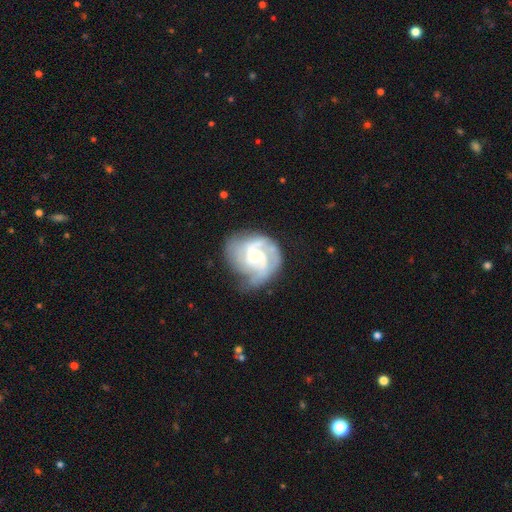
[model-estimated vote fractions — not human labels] Smooth or featured?
  - featured or disk: 86% *
  - smooth: 9%
  - star or artifact: 5%
Edge-on disk?
  - no: 98% *
  - yes: 2%
Bar?
  - no: 54% *
  - weak: 39%
  - strong: 7%
Spiral arms?
  - yes: 96% *
  - no: 4%
Spiral winding?
  - tight: 48% *
  - medium: 41%
  - loose: 11%
Spiral arm count?
  - 2: 39% *
  - 3: 31%
  - can't tell: 16%
  - 1: 5%
  - 4: 5%
  - more than 4: 4%
Bulge size?
  - moderate: 49% *
  - small: 42%
  - large: 5%
  - none: 3%
  - dominant: 1%
Merging?
  - none: 59% *
  - minor disturbance: 25%
  - major disturbance: 15%
  - merger: 2%